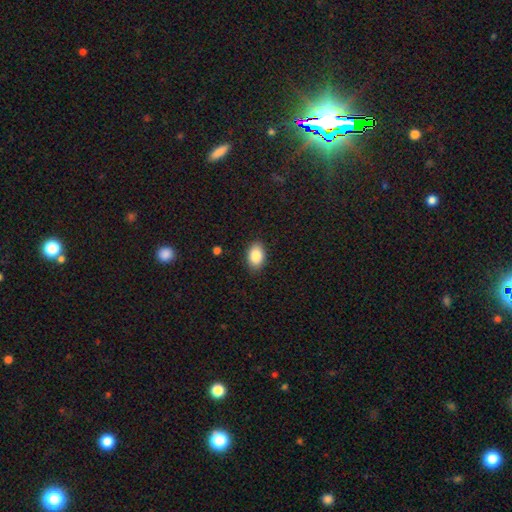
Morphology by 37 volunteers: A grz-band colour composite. It shows a smooth galaxy with no disk features (89%) that is in between round and cigar-shaped (85%). Merging: none (91%).